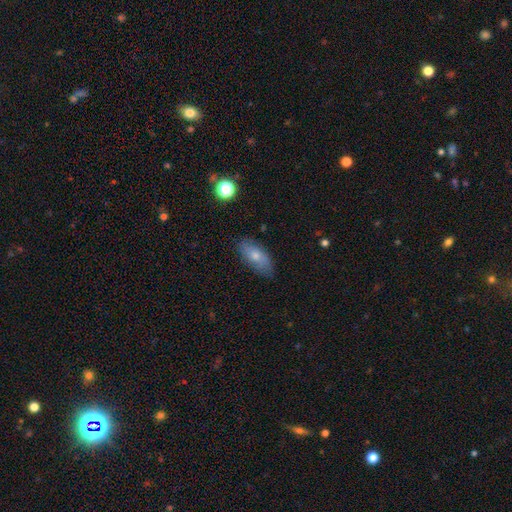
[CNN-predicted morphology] Smooth or featured: smooth — 72% (featured or disk — 21%)
How rounded: in between — 85% (cigar-shaped — 11%)
Merging: none — 79% (minor disturbance — 16%)